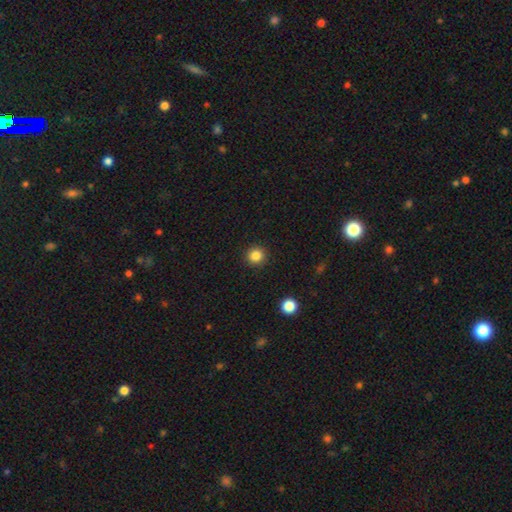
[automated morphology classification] Q: Smooth or featured?
A: smooth (84%); runner-up: star or artifact (12%)
Q: How rounded?
A: round (94%); runner-up: in between (5%)
Q: Merging?
A: none (92%); runner-up: minor disturbance (5%)